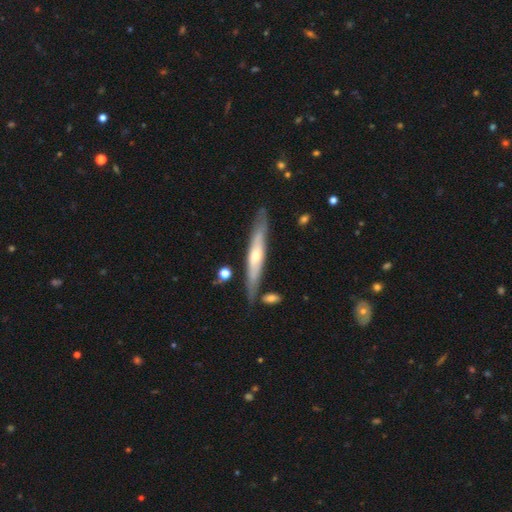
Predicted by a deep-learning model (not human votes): Morphology: type=featured or disk (62%); edge-on=yes (83%); edge-on bulge=rounded (70%); merging=none (80%).